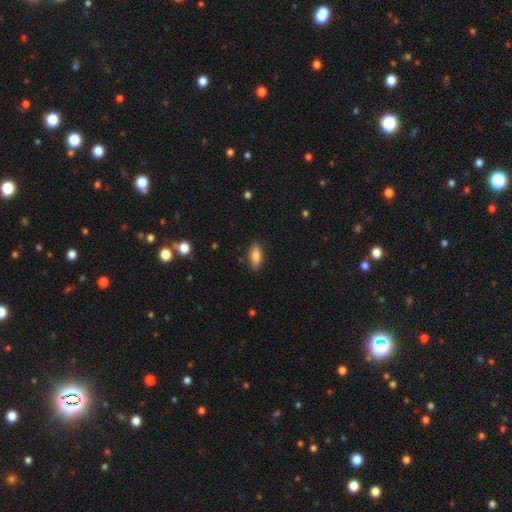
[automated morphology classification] A smooth galaxy with no disk features (75%) that is in between round and cigar-shaped (73%). Merging: none (86%).